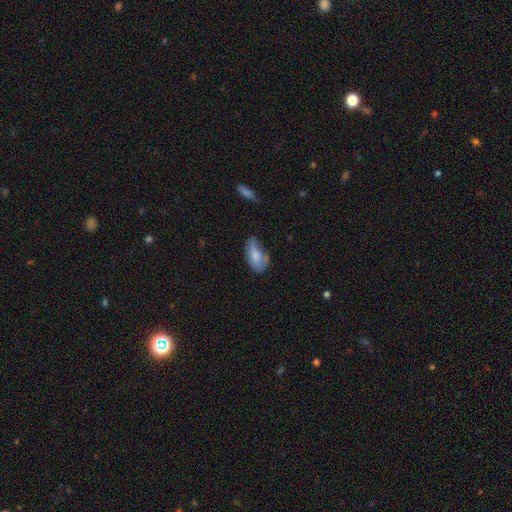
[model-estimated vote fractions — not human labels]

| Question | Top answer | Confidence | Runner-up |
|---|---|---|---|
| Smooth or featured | smooth | 75% | featured or disk (18%) |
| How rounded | in between | 91% | cigar-shaped (6%) |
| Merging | none | 43% | minor disturbance (37%) |